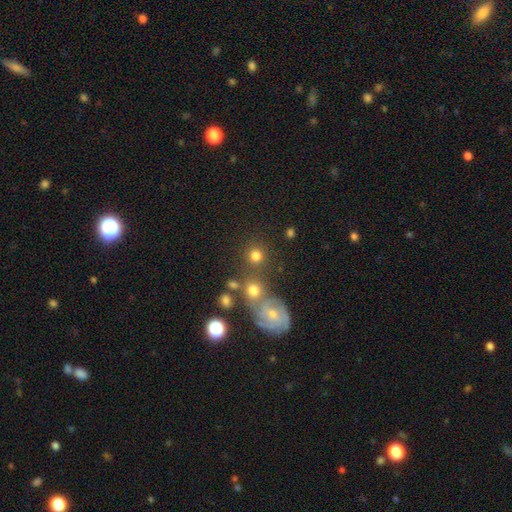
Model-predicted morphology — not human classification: This is likely a smooth galaxy (77%). How rounded: clearly round (88%). Merging: likely none (71%).